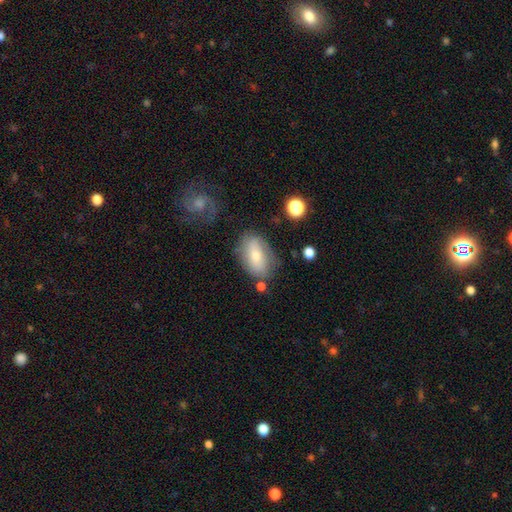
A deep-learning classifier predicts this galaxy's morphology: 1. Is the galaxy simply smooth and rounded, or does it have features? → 61% smooth, 30% featured or disk, 8% star or artifact.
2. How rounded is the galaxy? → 86% in between, 11% round, 3% cigar-shaped.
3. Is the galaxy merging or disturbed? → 64% none, 21% minor disturbance, 9% major disturbance, 5% merger.